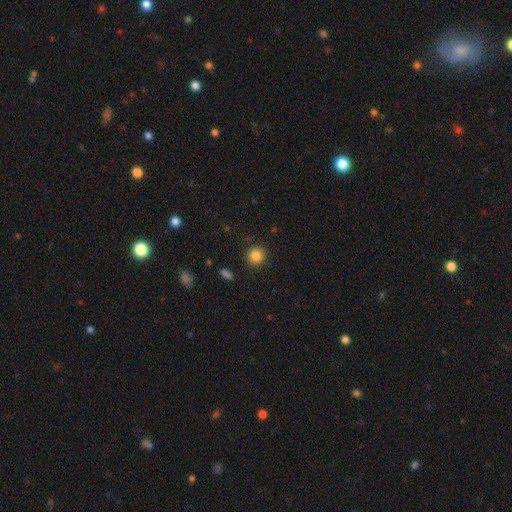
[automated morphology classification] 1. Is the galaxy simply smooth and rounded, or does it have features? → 84% smooth, 11% star or artifact, 6% featured or disk.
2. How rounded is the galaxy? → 92% round, 7% in between, 1% cigar-shaped.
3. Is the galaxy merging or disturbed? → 90% none, 6% minor disturbance, 2% major disturbance, 1% merger.